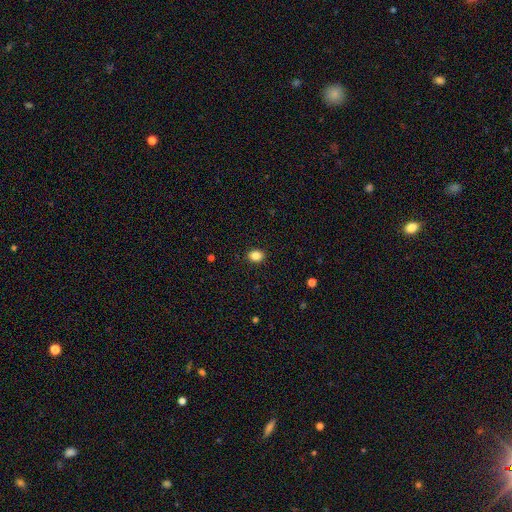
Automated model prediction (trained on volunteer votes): Smooth or featured? Predicted: smooth (p=0.86). How rounded? Predicted: in between (p=0.63). Merging? Predicted: none (p=0.90).